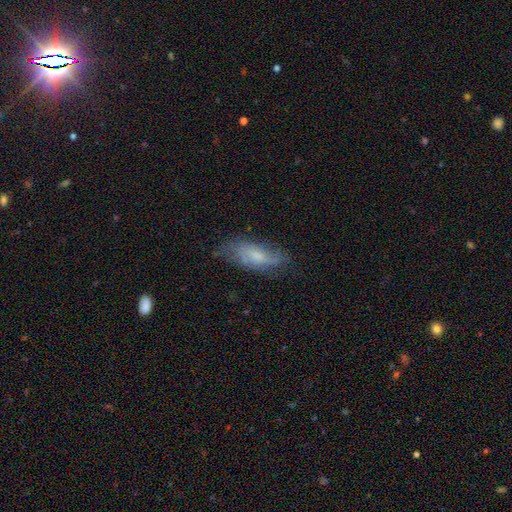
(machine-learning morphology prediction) smooth 50%, featured or disk 42%, star or artifact 8%. Down the decision tree: how rounded — in between (71%); merging — none (63%).